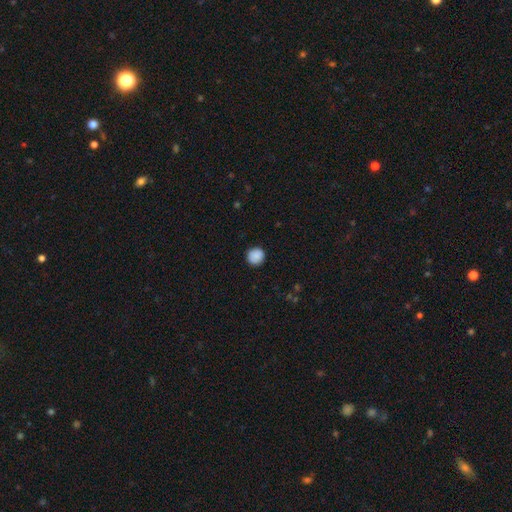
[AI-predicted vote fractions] This appears to be a smooth galaxy with no disk features (88%) that is round (91%). Merging: none (89%).